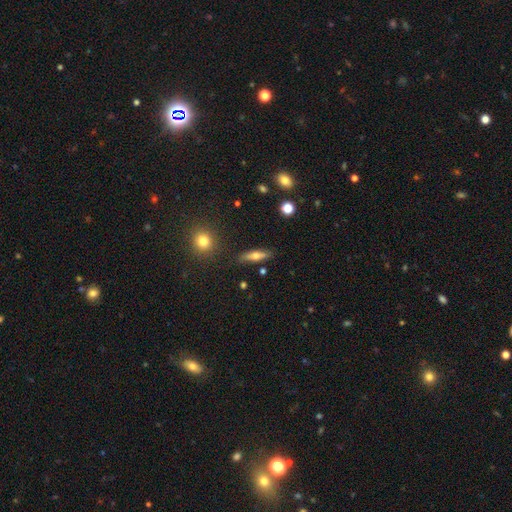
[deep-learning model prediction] A smooth galaxy with no disk features (50%) that is cigar-shaped (65%).

Vote fractions:
- Smooth or featured? smooth: 50% / featured or disk: 42% / star or artifact: 8%
- How rounded? cigar-shaped: 65% / in between: 31% / round: 5%
- Merging? none: 85% / minor disturbance: 10% / merger: 3% / major disturbance: 3%